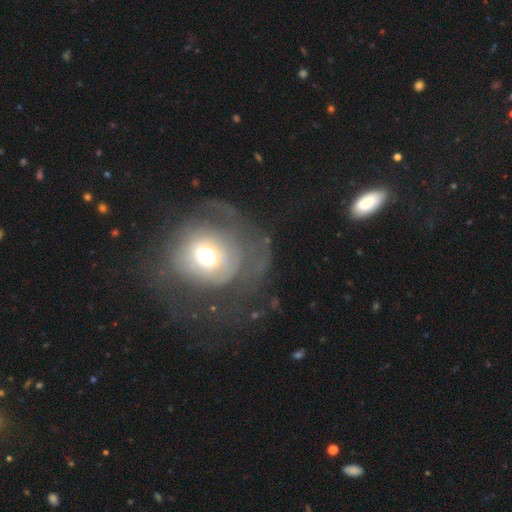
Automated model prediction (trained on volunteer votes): Overall: featured or disk (55%; smooth 33%). Edge-on disk: no (95%). Bar: no (75%). Spiral arms: no (50%, tied with yes). Bulge size: moderate (63%). Merging: none (52%; major disturbance 28%).